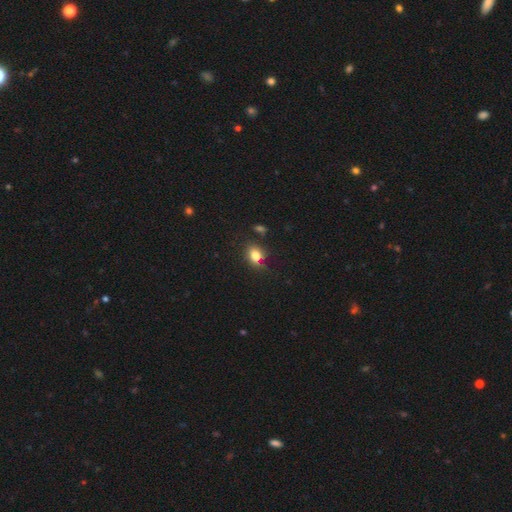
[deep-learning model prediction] Q: Smooth or featured?
A: smooth (78%); runner-up: star or artifact (13%)
Q: How rounded?
A: in between (54%); runner-up: round (44%)
Q: Merging?
A: none (65%); runner-up: minor disturbance (22%)